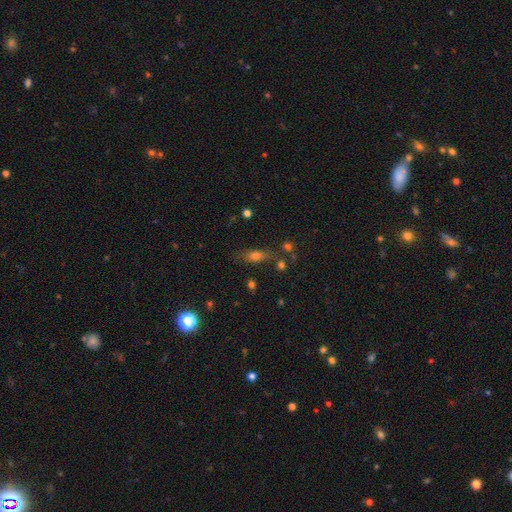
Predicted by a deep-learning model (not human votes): Smooth or featured?
  - smooth: 57% *
  - featured or disk: 24%
  - star or artifact: 19%
How rounded?
  - in between: 55% *
  - cigar-shaped: 35%
  - round: 10%
Merging?
  - none: 69% *
  - minor disturbance: 16%
  - merger: 8%
  - major disturbance: 7%